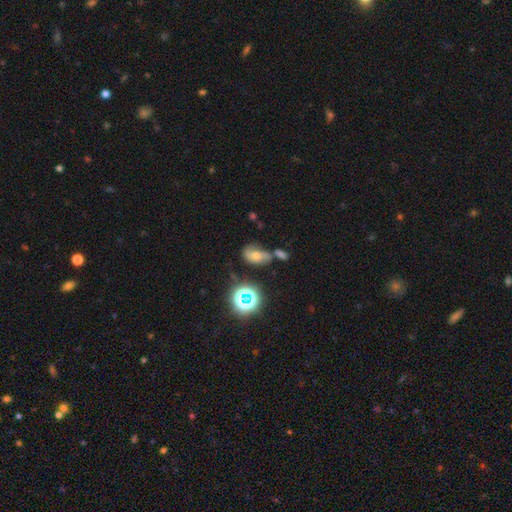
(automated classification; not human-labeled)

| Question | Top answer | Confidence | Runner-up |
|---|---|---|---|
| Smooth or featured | smooth | 37% | featured or disk (33%) |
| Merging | none | 44% | merger (24%) |